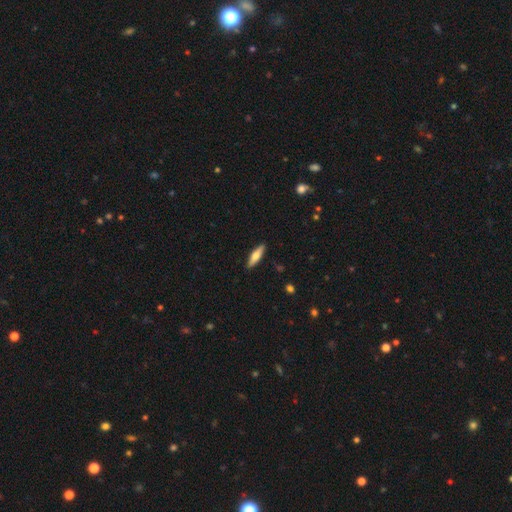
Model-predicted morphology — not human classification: Smooth or featured: smooth — 59% (featured or disk — 36%)
How rounded: cigar-shaped — 66% (in between — 32%)
Merging: none — 90% (minor disturbance — 7%)